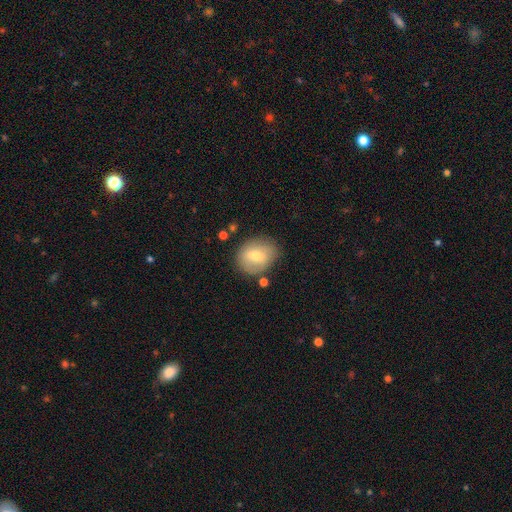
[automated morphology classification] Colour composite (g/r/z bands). It shows a smooth galaxy with no disk features (65%) that is round (56%). Merging: none (74%).